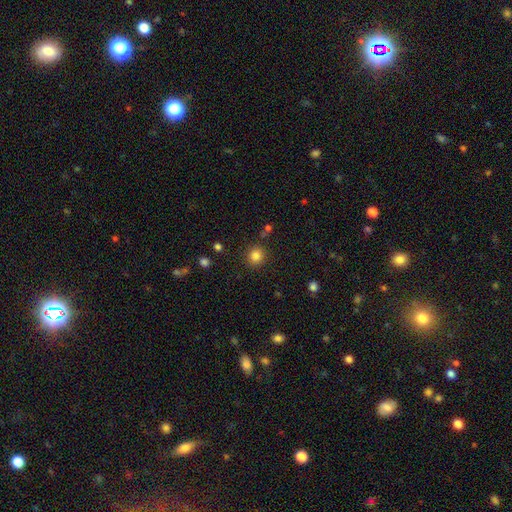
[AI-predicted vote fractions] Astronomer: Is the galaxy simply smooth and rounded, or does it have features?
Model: smooth — 84%.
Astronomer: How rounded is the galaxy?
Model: round — 88%.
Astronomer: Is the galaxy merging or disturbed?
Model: none — 87%.